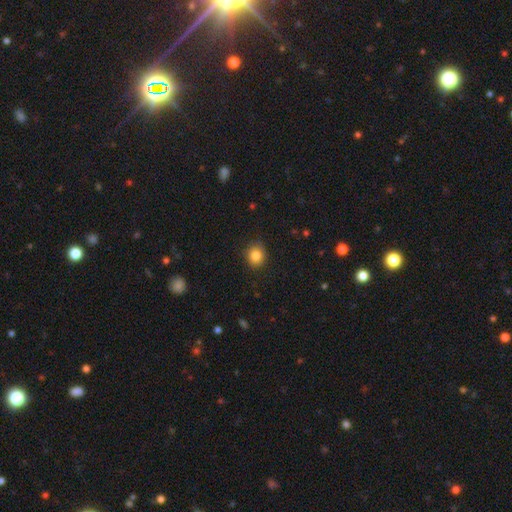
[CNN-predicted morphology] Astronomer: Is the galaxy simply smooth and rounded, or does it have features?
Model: smooth — 84%.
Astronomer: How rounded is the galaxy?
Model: round — 80%.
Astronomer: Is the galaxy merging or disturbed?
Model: none — 85%.